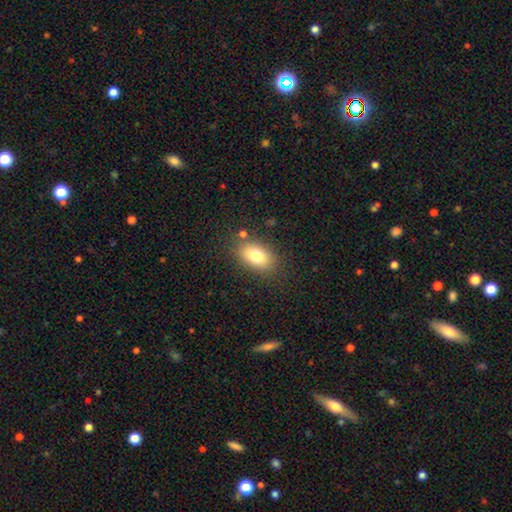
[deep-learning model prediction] This appears to be a smooth galaxy with no disk features (79%) that is in between round and cigar-shaped (88%). Merging: none (81%).